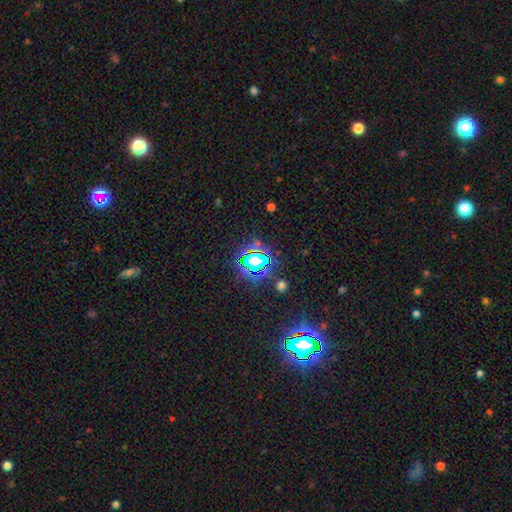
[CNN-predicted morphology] Smooth or featured? star or artifact (79%)